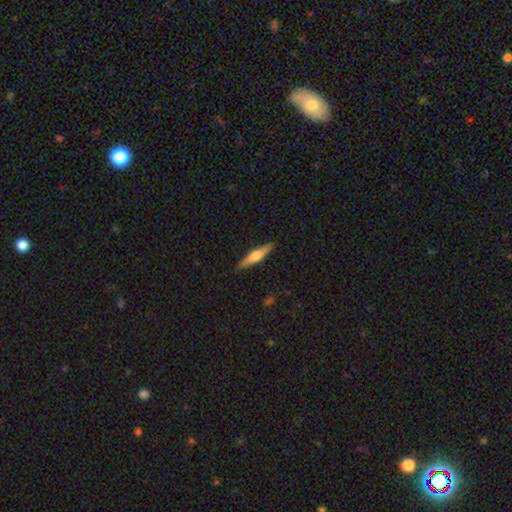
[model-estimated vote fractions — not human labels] featured or disk 52%, smooth 42%, star or artifact 6%. Down the decision tree: edge-on disk — yes (96%); edge-on bulge — rounded (83%); merging — none (90%).